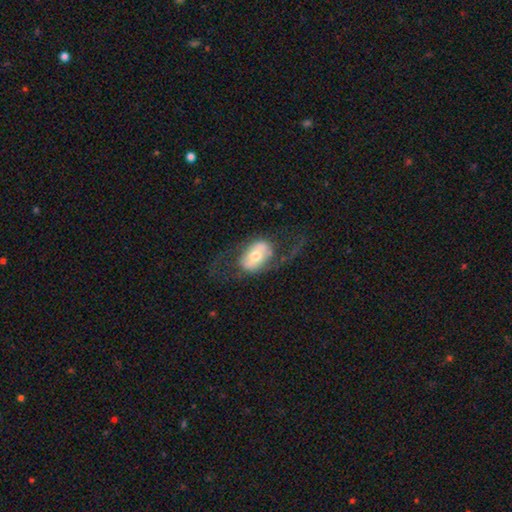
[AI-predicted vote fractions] Overall: featured or disk (56%; smooth 37%). Edge-on disk: no (92%). Bar: no (51%; weak 27%). Spiral arms: yes (54%; no 46%). Bulge size: moderate (66%). Merging: none (53%; major disturbance 28%).